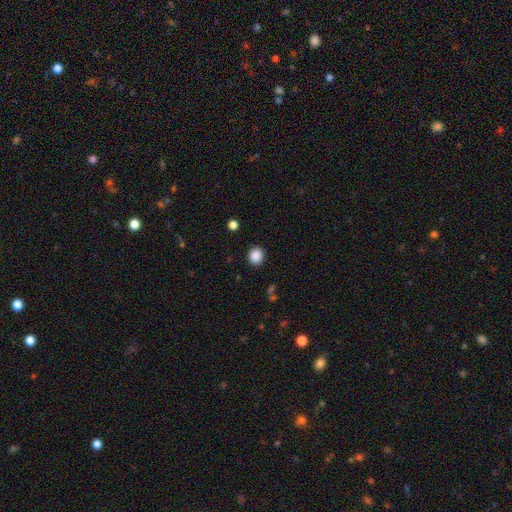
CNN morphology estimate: smooth-or-featured: smooth: 87% | star or artifact: 10% | featured or disk: 3%
  how-rounded: round: 84% | in between: 15% | cigar-shaped: 1%
  merging: none: 91% | minor disturbance: 6% | major disturbance: 2% | merger: 1%